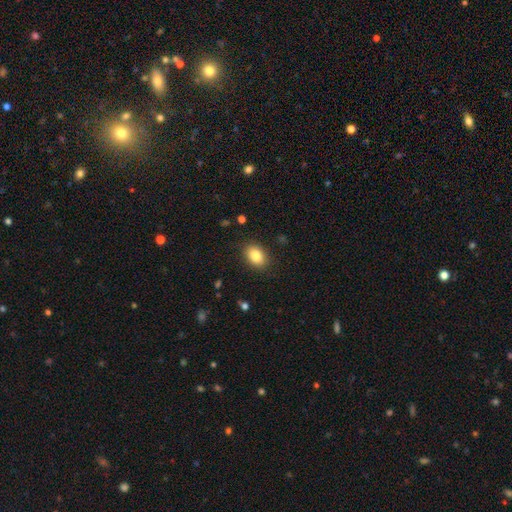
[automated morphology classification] Smooth or featured: smooth — 84% (star or artifact — 9%)
How rounded: in between — 75% (round — 24%)
Merging: none — 87% (minor disturbance — 9%)